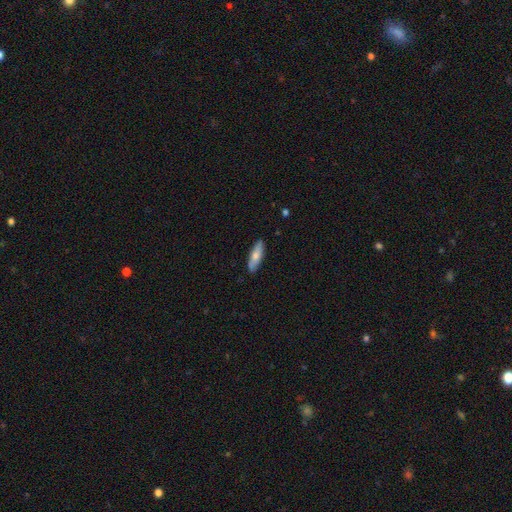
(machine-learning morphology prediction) Smooth or featured?
  - smooth: 69% *
  - featured or disk: 26%
  - star or artifact: 6%
How rounded?
  - cigar-shaped: 56% *
  - in between: 42%
  - round: 2%
Merging?
  - none: 87% *
  - minor disturbance: 10%
  - major disturbance: 2%
  - merger: 1%